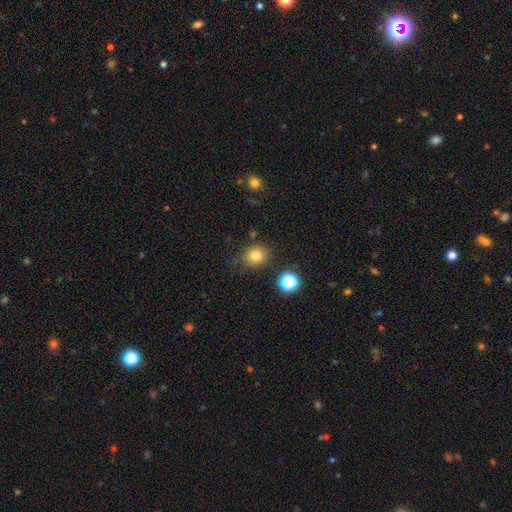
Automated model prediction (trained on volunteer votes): Morphology: type=smooth (79%); roundness=round (80%); merging=none (76%).